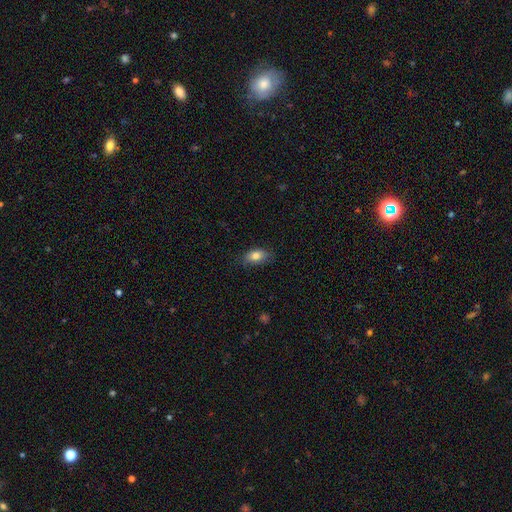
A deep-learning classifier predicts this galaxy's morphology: Smooth or featured? smooth (82%)
How rounded? in between (88%)
Merging? none (82%)